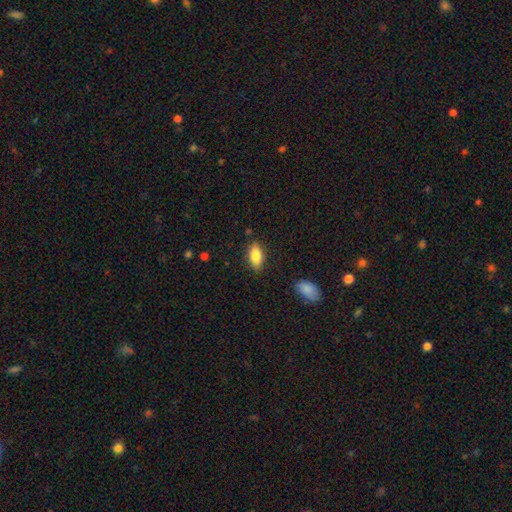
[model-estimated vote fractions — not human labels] smooth_or_featured: smooth (p=0.79) [alt: featured or disk p=0.14]
how_rounded: in between (p=0.87) [alt: cigar-shaped p=0.09]
merging: none (p=0.85) [alt: minor disturbance p=0.11]